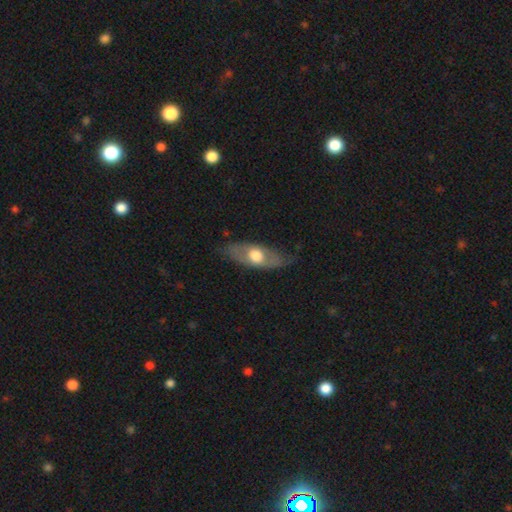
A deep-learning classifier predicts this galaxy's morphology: type=featured or disk (50%); merging=none (72%).